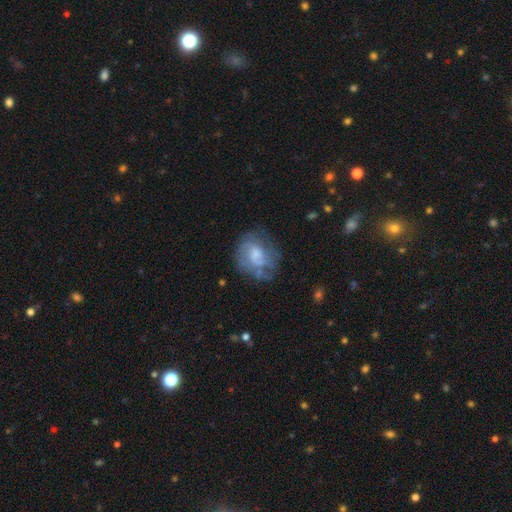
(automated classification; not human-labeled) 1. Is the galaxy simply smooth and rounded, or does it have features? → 54% featured or disk, 37% smooth, 9% star or artifact.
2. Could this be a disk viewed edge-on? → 97% no, 3% yes.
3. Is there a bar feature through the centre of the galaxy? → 66% no, 29% weak, 4% strong.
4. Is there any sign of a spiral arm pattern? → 58% yes, 42% no.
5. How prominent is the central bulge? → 39% moderate, 28% small, 20% none, 11% large, 2% dominant.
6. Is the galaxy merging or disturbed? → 55% none, 23% minor disturbance, 18% major disturbance, 4% merger.